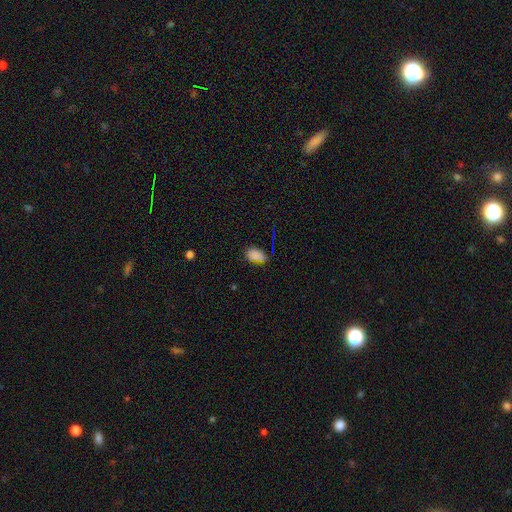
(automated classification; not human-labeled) Smooth or featured?
  - smooth: 81% *
  - star or artifact: 14%
  - featured or disk: 5%
How rounded?
  - in between: 90% *
  - round: 7%
  - cigar-shaped: 2%
Merging?
  - none: 70% *
  - minor disturbance: 23%
  - major disturbance: 5%
  - merger: 3%